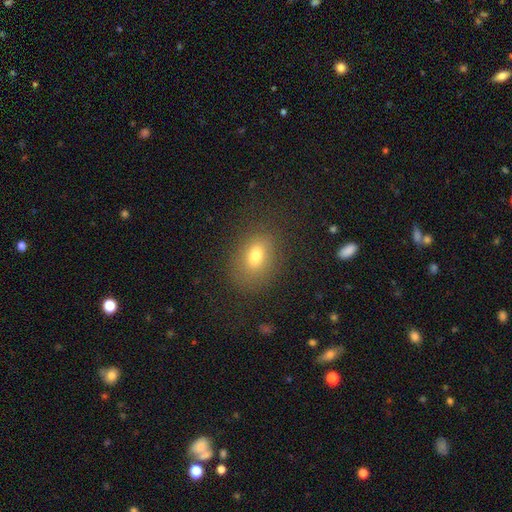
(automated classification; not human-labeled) Smooth or featured: smooth — 73% (featured or disk — 14%)
How rounded: in between — 73% (round — 26%)
Merging: none — 79% (minor disturbance — 13%)